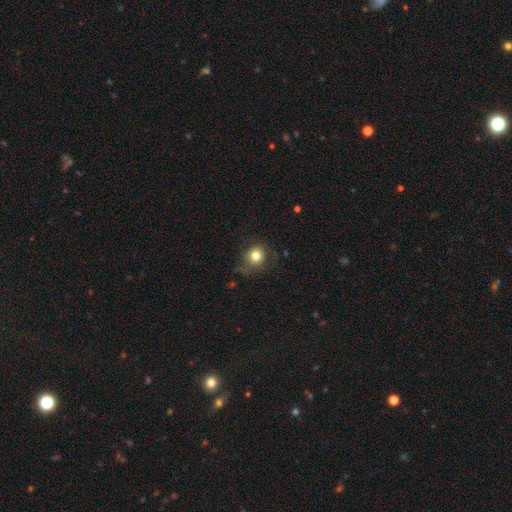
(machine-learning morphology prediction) smooth_or_featured: smooth (p=0.80) [alt: star or artifact p=0.11]
how_rounded: round (p=0.82) [alt: in between p=0.18]
merging: none (p=0.72) [alt: minor disturbance p=0.20]